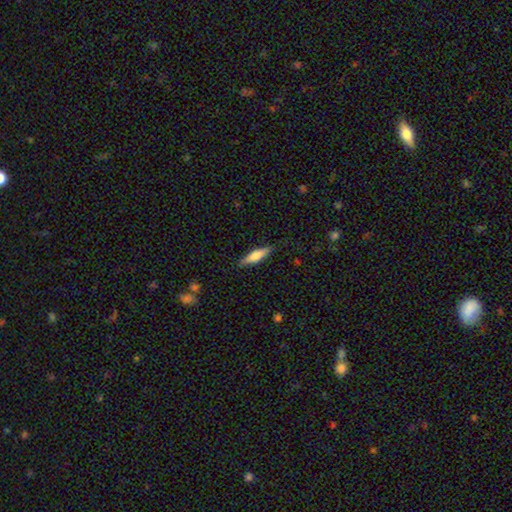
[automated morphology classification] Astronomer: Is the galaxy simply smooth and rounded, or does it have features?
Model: smooth — 62%.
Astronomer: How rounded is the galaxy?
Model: cigar-shaped — 65%.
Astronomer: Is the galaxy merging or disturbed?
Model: none — 86%.